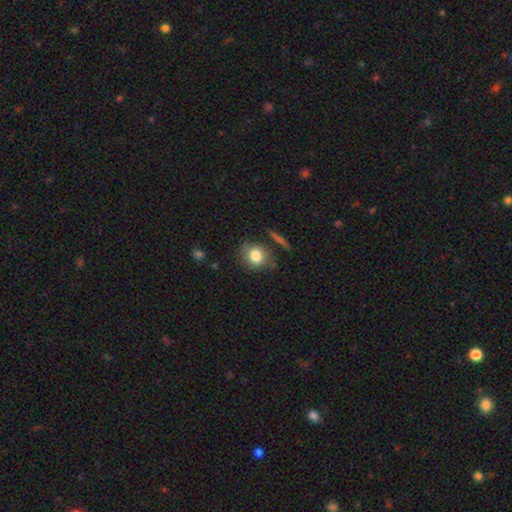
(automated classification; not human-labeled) Smooth or featured? Predicted: smooth (p=0.81). How rounded? Predicted: round (p=0.78). Merging? Predicted: none (p=0.72).